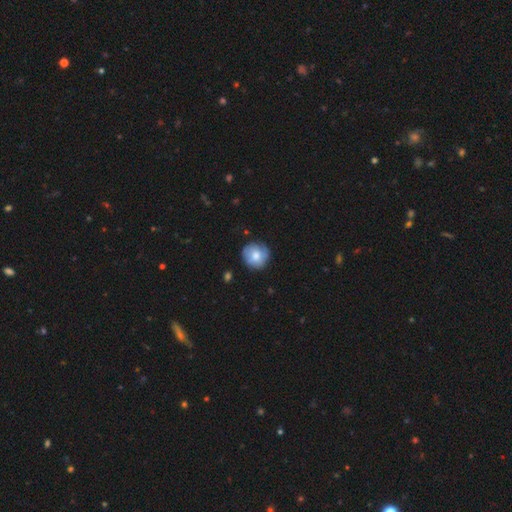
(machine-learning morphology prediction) Overall: smooth (69%). How rounded: round (91%). Merging: none (79%).